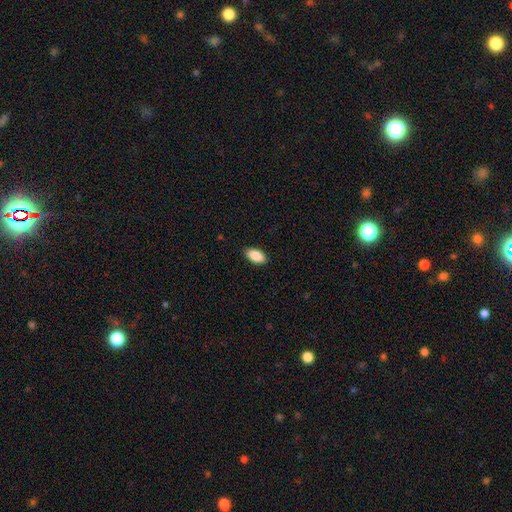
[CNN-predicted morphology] This appears to be a smooth galaxy with no disk features (89%) that is in between round and cigar-shaped (94%). Merging: none (89%).